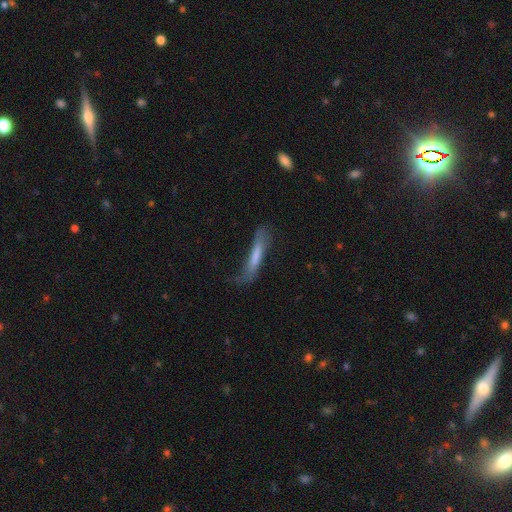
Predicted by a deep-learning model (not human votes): This is likely a smooth galaxy (69%). How rounded: clearly cigar-shaped (90%). Merging: possibly none (54%).